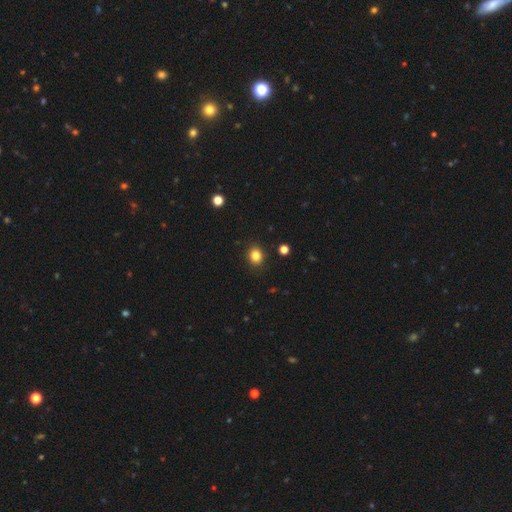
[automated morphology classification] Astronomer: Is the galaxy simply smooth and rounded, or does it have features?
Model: smooth — 84%.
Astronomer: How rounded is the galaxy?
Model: round — 66%.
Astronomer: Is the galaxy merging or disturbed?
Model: none — 89%.